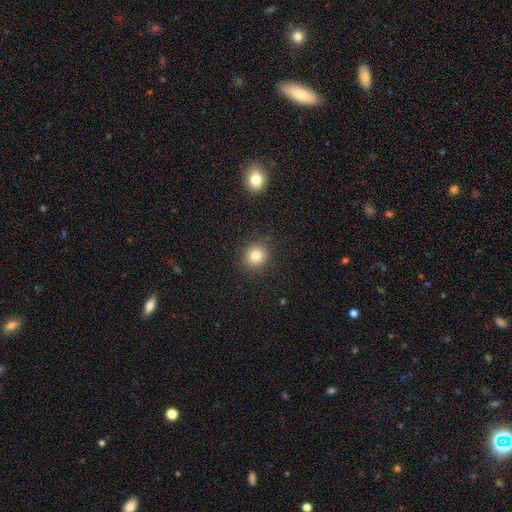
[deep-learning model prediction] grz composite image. It shows a smooth galaxy with no disk features (82%) that is round (89%). Merging: none (88%).